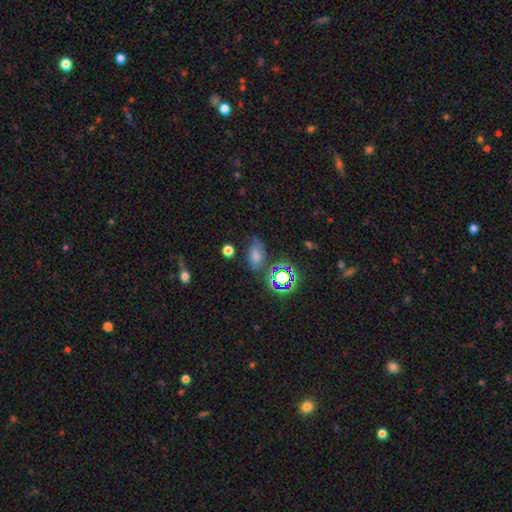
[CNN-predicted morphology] star or artifact 42%, smooth 41%, featured or disk 17%.